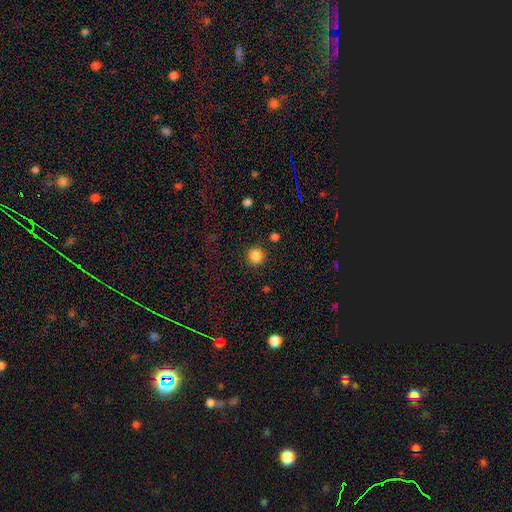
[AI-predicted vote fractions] A smooth galaxy with no disk features (86%) that is round (94%).

Vote fractions:
- Smooth or featured? smooth: 86% / star or artifact: 11% / featured or disk: 3%
- How rounded? round: 94% / in between: 5% / cigar-shaped: 1%
- Merging? none: 89% / minor disturbance: 6% / major disturbance: 2% / merger: 2%